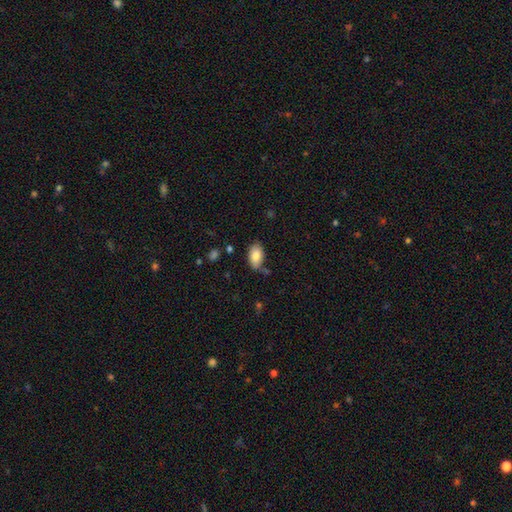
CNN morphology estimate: A smooth galaxy with no disk features (83%) that is in between round and cigar-shaped (93%). Merging: none (73%).